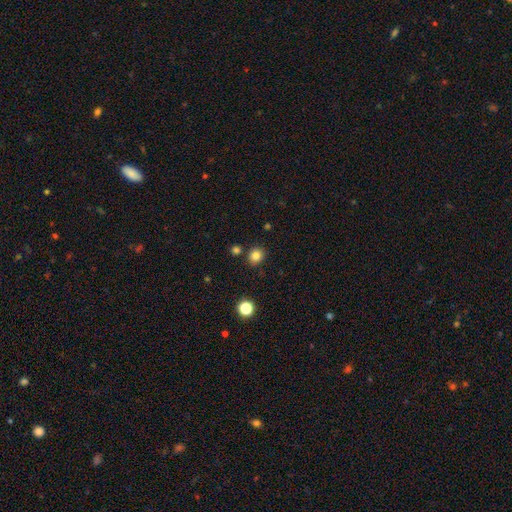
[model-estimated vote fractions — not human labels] Morphology: type=smooth (82%); roundness=round (84%); merging=none (84%).